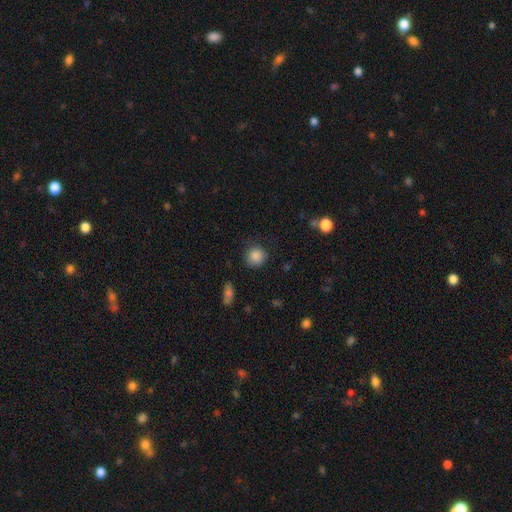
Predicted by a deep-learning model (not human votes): A smooth galaxy with no disk features (86%) that is round (89%).

Vote fractions:
- Smooth or featured? smooth: 86% / star or artifact: 10% / featured or disk: 4%
- How rounded? round: 89% / in between: 10% / cigar-shaped: 1%
- Merging? none: 82% / minor disturbance: 13% / major disturbance: 4% / merger: 1%